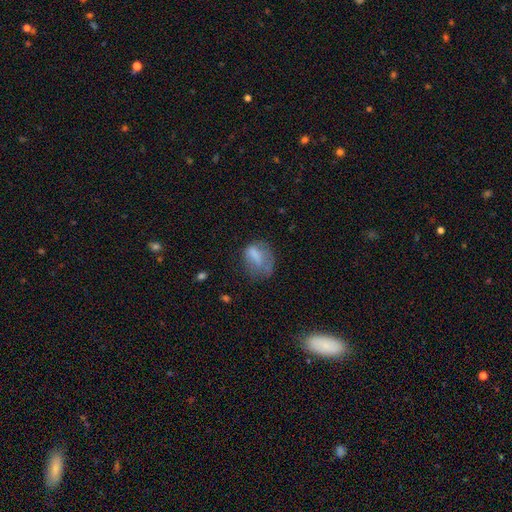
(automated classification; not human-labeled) The model was most divided on "merging": none: 35%, major disturbance: 32%, minor disturbance: 29%, merger: 3%. More confident: how rounded — in between (66%); smooth or featured — smooth (65%).